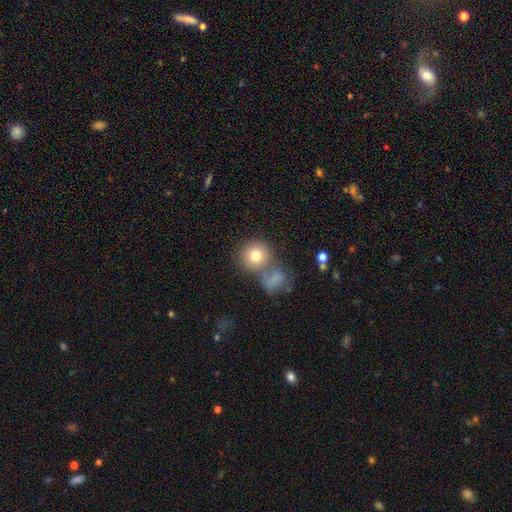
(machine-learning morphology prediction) smooth_or_featured: smooth (p=0.78) [alt: featured or disk p=0.12]
how_rounded: round (p=0.88) [alt: in between p=0.11]
merging: none (p=0.51) [alt: merger p=0.33]